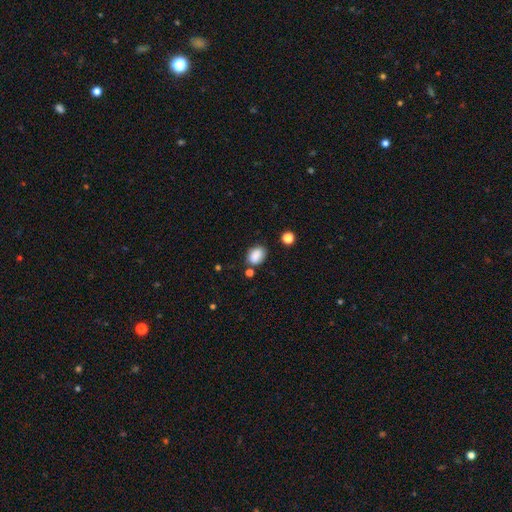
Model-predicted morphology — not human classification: smooth_or_featured: smooth (p=0.85) [alt: star or artifact p=0.09]
how_rounded: in between (p=0.69) [alt: round p=0.30]
merging: none (p=0.69) [alt: minor disturbance p=0.19]